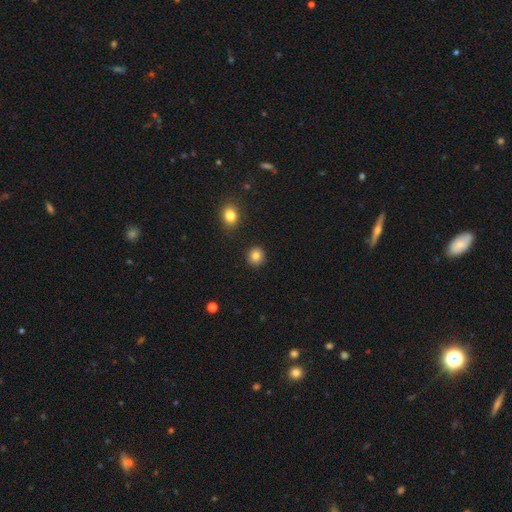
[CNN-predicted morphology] A smooth galaxy with no disk features (84%) that is round (89%).

Vote fractions:
- Smooth or featured? smooth: 84% / star or artifact: 10% / featured or disk: 6%
- How rounded? round: 89% / in between: 10% / cigar-shaped: 1%
- Merging? none: 91% / minor disturbance: 6% / major disturbance: 2% / merger: 2%